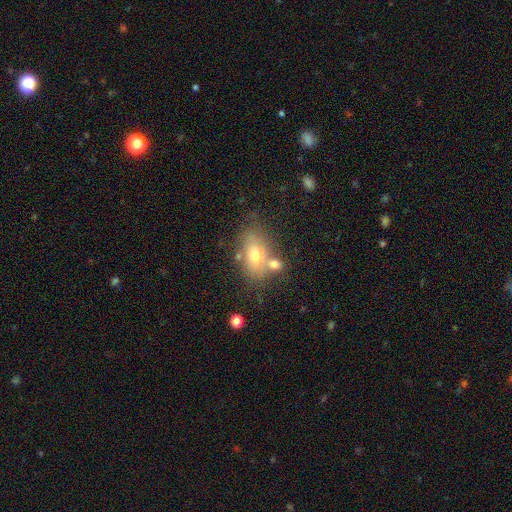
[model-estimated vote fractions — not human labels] Smooth or featured? smooth (68%)
How rounded? in between (83%)
Merging? none (54%)